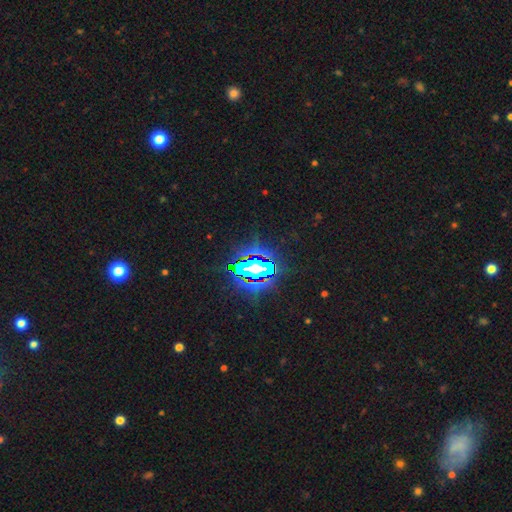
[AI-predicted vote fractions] Q: Smooth or featured?
A: star or artifact (68%); runner-up: featured or disk (16%)